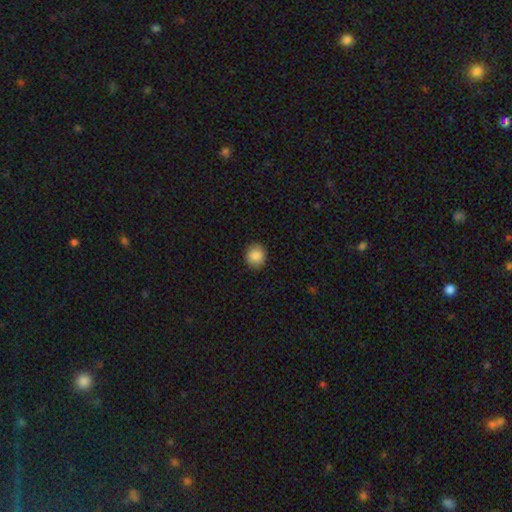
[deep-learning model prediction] Q: Smooth or featured?
A: smooth (88%); runner-up: star or artifact (8%)
Q: How rounded?
A: round (86%); runner-up: in between (13%)
Q: Merging?
A: none (89%); runner-up: minor disturbance (8%)